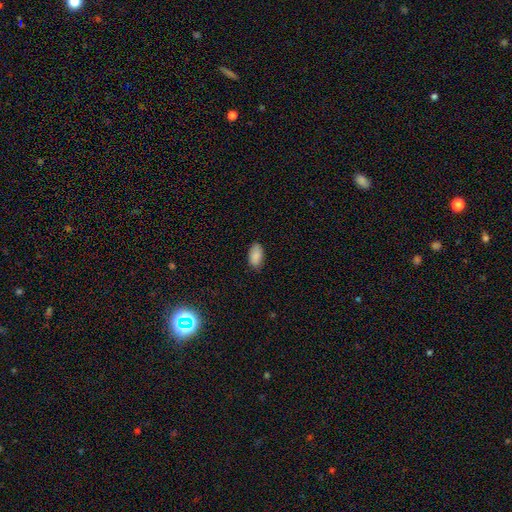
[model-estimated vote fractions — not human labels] smooth 88%, star or artifact 7%, featured or disk 5%. Down the decision tree: how rounded — in between (94%); merging — none (84%).